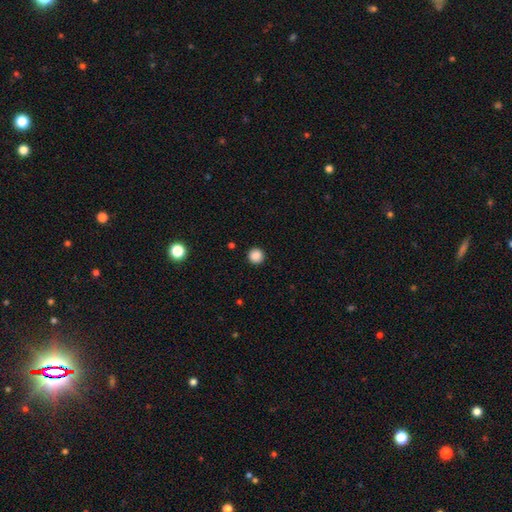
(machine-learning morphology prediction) Smooth or featured?
  - smooth: 87% *
  - star or artifact: 10%
  - featured or disk: 2%
How rounded?
  - round: 96% *
  - in between: 3%
  - cigar-shaped: 1%
Merging?
  - none: 93% *
  - minor disturbance: 4%
  - major disturbance: 2%
  - merger: 1%